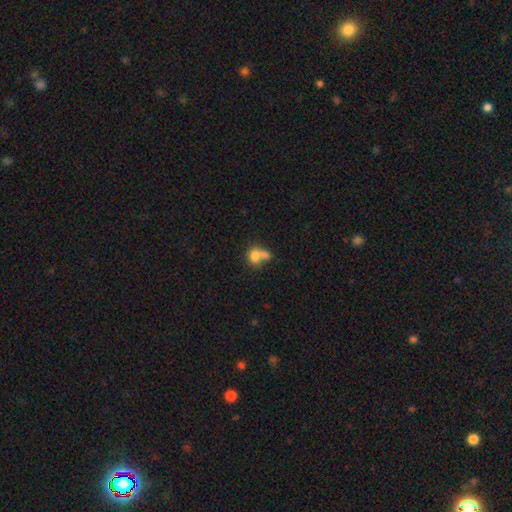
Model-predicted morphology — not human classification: This is likely a smooth galaxy (75%). How rounded: possibly round (56%). Merging: possibly merger (50%).